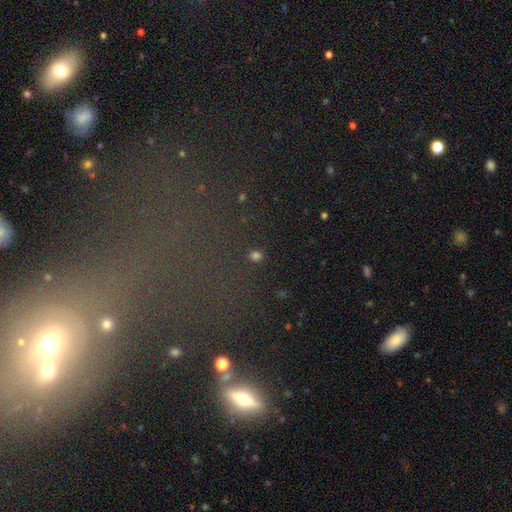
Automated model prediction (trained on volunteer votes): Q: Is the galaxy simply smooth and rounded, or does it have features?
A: smooth — 72%.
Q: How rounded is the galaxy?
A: round — 77%.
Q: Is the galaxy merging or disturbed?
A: none — 88%.